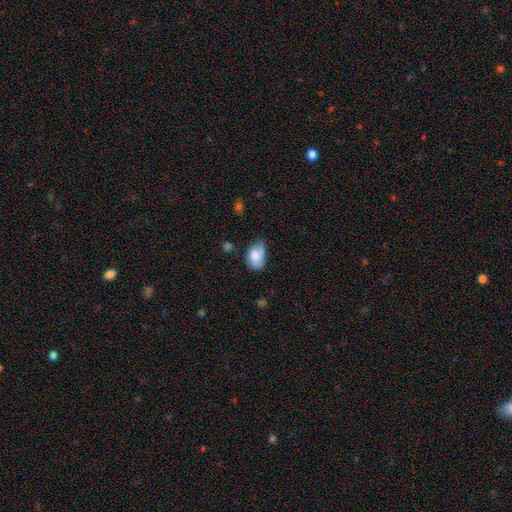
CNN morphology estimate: Smooth or featured: smooth — 69% (featured or disk — 24%)
How rounded: in between — 87% (round — 12%)
Merging: minor disturbance — 40% (none — 39%)